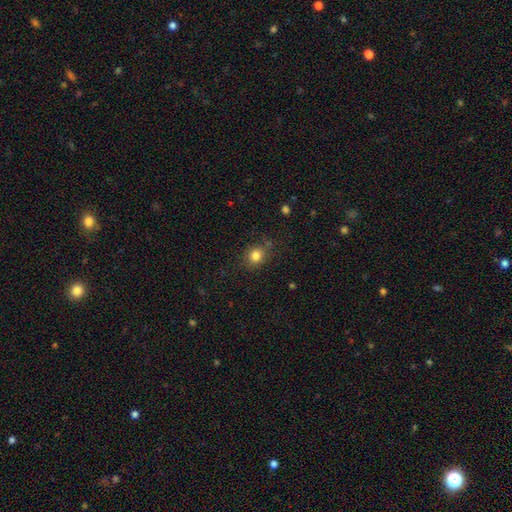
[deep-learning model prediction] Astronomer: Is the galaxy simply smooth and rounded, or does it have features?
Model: smooth — 82%.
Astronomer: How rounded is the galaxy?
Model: round — 78%.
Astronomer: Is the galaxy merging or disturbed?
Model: none — 81%.